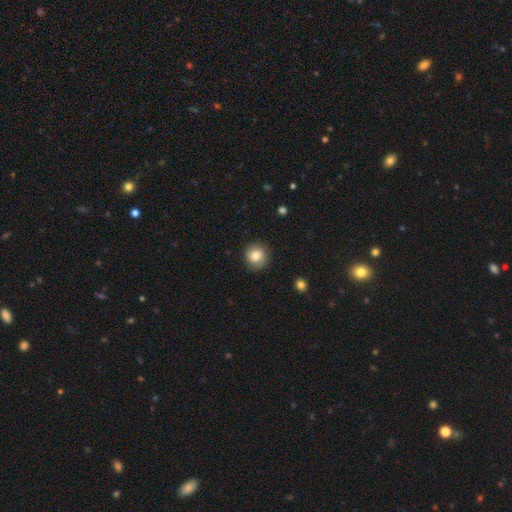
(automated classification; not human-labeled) smooth_or_featured: smooth (p=0.79) [alt: featured or disk p=0.12]
how_rounded: round (p=0.91) [alt: in between p=0.09]
merging: none (p=0.87) [alt: minor disturbance p=0.10]